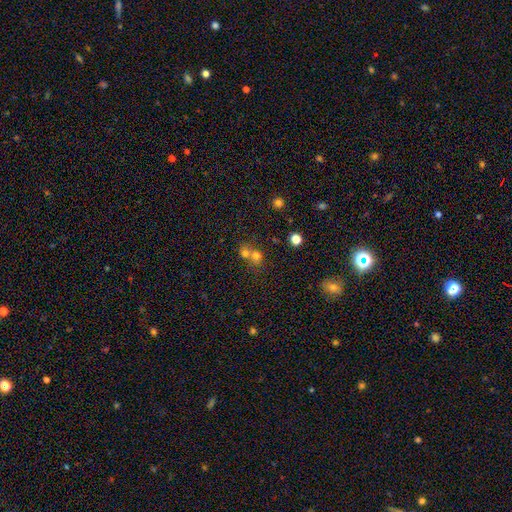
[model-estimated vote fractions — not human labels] Smooth or featured: smooth — 70% (star or artifact — 17%)
How rounded: round — 79% (in between — 20%)
Merging: merger — 59% (none — 34%)